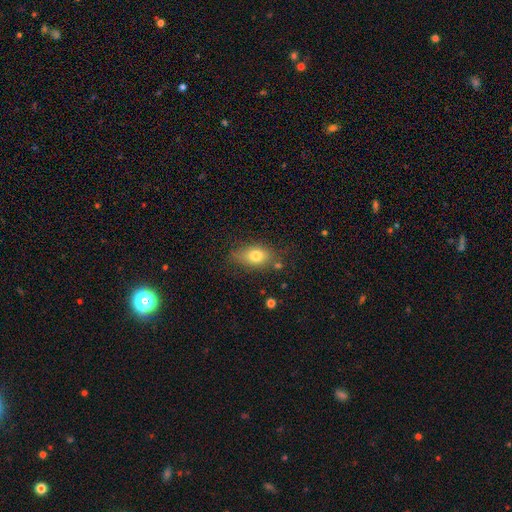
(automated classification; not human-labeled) smooth 75%, featured or disk 15%, star or artifact 10%. Down the decision tree: how rounded — in between (80%); merging — none (69%).